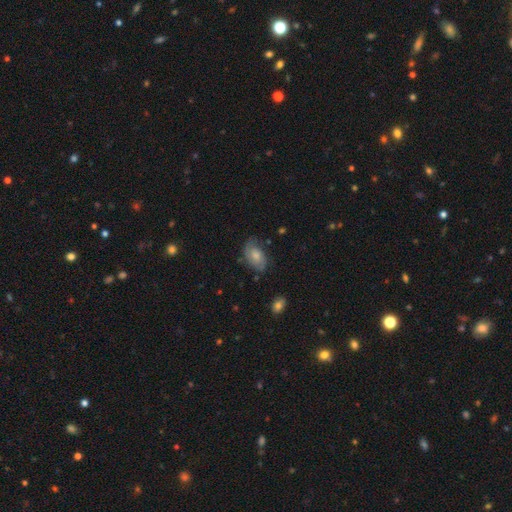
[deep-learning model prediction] Q: Smooth or featured?
A: featured or disk (55%); runner-up: smooth (36%)
Q: Edge-on disk?
A: no (96%); runner-up: yes (4%)
Q: Bar?
A: no (68%); runner-up: weak (28%)
Q: Spiral arms?
A: yes (86%); runner-up: no (14%)
Q: Bulge size?
A: moderate (50%); runner-up: small (31%)
Q: Merging?
A: none (70%); runner-up: minor disturbance (21%)